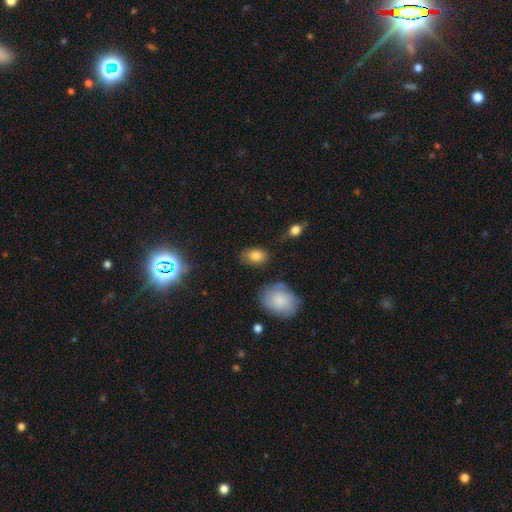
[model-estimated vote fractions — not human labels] Smooth or featured? smooth (83%)
How rounded? in between (83%)
Merging? none (76%)